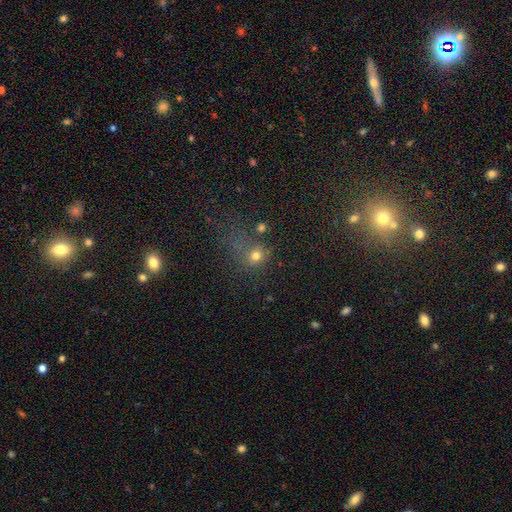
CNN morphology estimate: Smooth or featured? Predicted: smooth (p=0.69). How rounded? Predicted: round (p=0.78). Merging? Predicted: none (p=0.54).